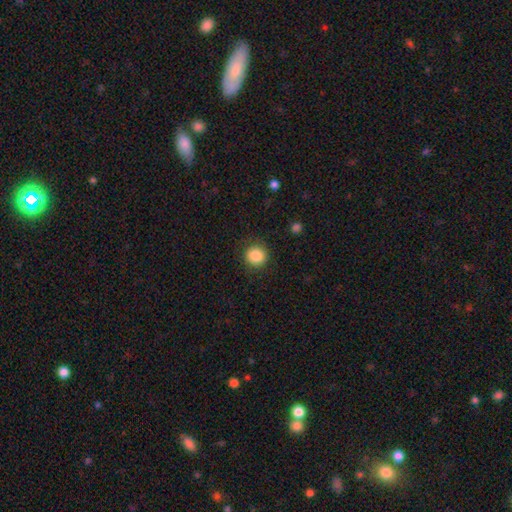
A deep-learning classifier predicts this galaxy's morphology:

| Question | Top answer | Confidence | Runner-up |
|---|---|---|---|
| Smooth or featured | smooth | 86% | star or artifact (9%) |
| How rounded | round | 92% | in between (7%) |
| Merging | none | 89% | minor disturbance (7%) |